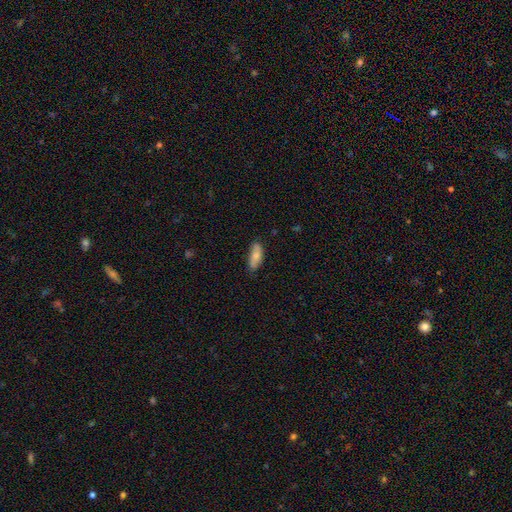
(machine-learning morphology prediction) smooth_or_featured: smooth (p=0.74) [alt: featured or disk p=0.19]
how_rounded: in between (p=0.75) [alt: cigar-shaped p=0.23]
merging: none (p=0.73) [alt: minor disturbance p=0.22]